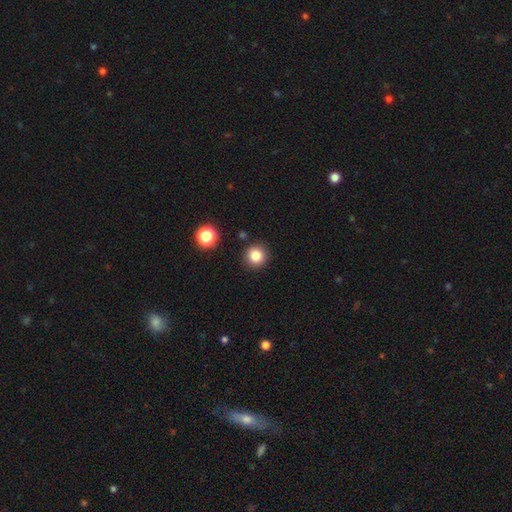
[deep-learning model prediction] Overall: smooth (83%). How rounded: round (94%). Merging: none (88%).